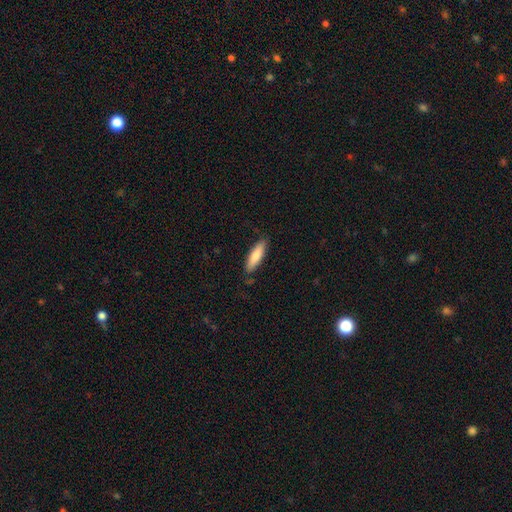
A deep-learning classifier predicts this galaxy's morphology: smooth-or-featured: smooth: 80% | featured or disk: 15% | star or artifact: 5%
  how-rounded: cigar-shaped: 59% | in between: 40% | round: 1%
  merging: none: 83% | minor disturbance: 13% | major disturbance: 2% | merger: 2%